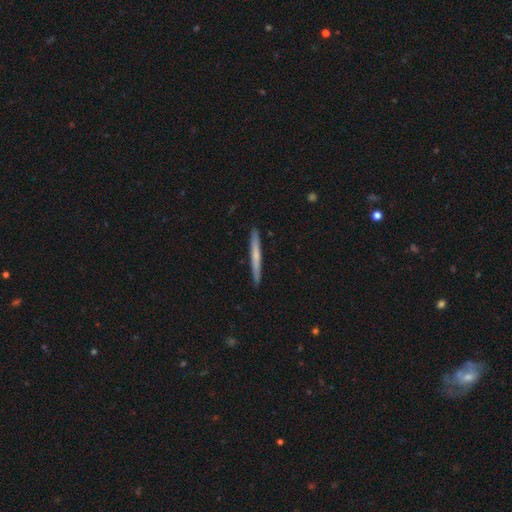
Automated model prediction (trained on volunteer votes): Smooth or featured? smooth (54%)
How rounded? cigar-shaped (97%)
Merging? none (92%)